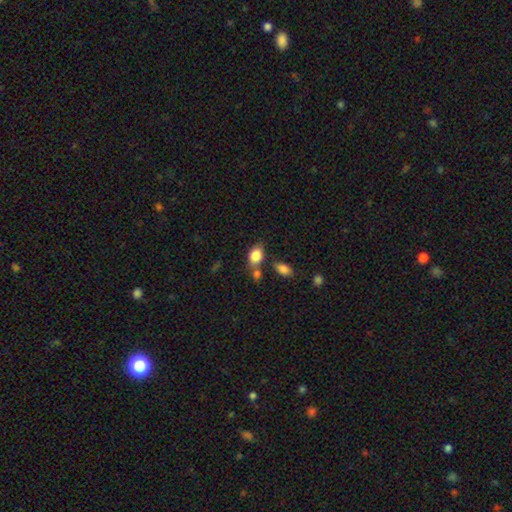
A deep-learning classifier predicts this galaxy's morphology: smooth-or-featured: smooth: 84% | star or artifact: 8% | featured or disk: 8%
  how-rounded: in between: 76% | round: 22% | cigar-shaped: 2%
  merging: none: 56% | merger: 23% | minor disturbance: 16% | major disturbance: 5%